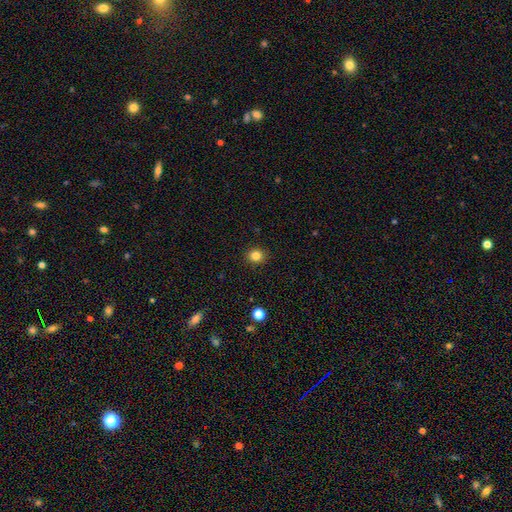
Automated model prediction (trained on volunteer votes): This appears to be a smooth galaxy with no disk features (83%) that is round (81%). Merging: none (91%).